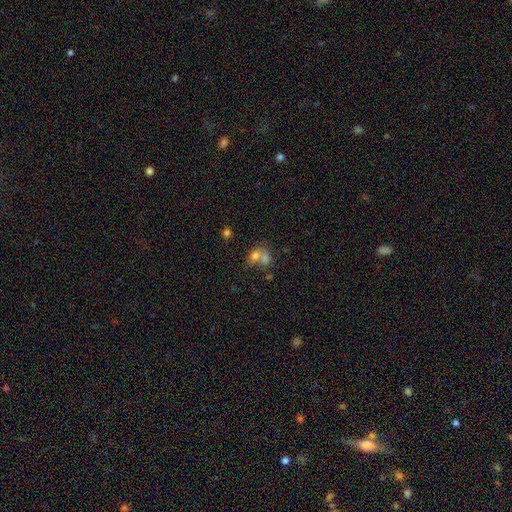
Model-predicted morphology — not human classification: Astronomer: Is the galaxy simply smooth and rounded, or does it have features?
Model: smooth — 71%.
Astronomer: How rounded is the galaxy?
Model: round — 52% (runner-up: in between, 47%).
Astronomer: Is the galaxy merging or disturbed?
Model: merger — 65%.